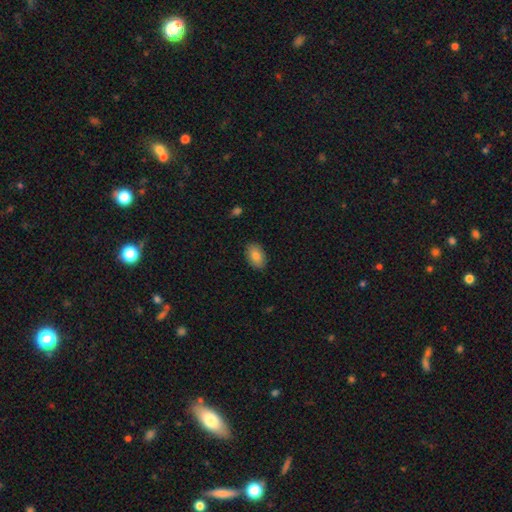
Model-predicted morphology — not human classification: Smooth or featured? Predicted: smooth (p=0.83). How rounded? Predicted: in between (p=0.90). Merging? Predicted: none (p=0.87).